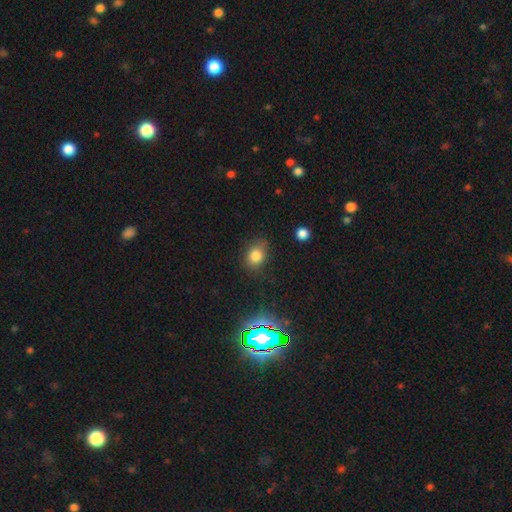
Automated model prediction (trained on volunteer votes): A smooth galaxy with no disk features (78%) that is round (50%). Merging: none (72%).